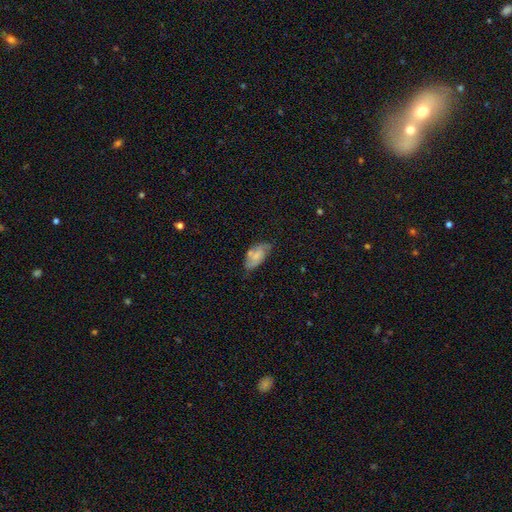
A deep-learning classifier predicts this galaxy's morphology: smooth 58%, featured or disk 34%, star or artifact 8%. Down the decision tree: how rounded — in between (92%); merging — none (49%).